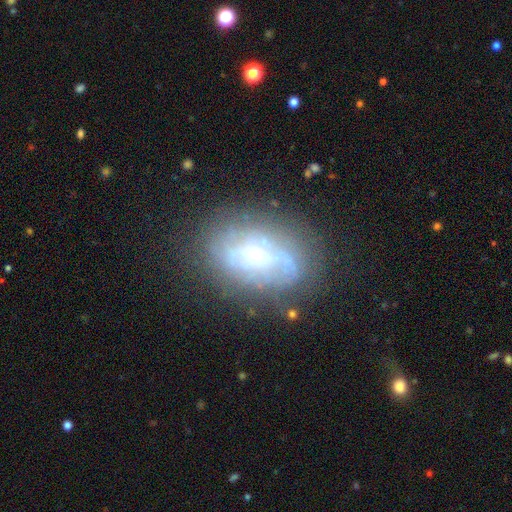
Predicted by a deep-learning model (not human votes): Q: Smooth or featured?
A: featured or disk (70%); runner-up: smooth (20%)
Q: Edge-on disk?
A: no (89%); runner-up: yes (11%)
Q: Bar?
A: weak (40%); runner-up: no (36%)
Q: Spiral arms?
A: yes (53%); runner-up: no (47%)
Q: Bulge size?
A: moderate (46%); runner-up: small (44%)
Q: Merging?
A: none (60%); runner-up: minor disturbance (22%)